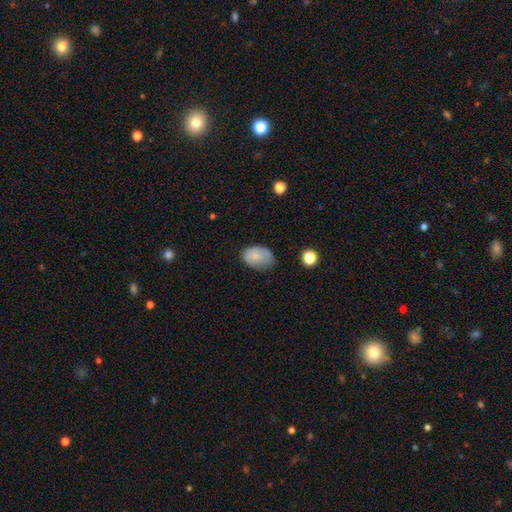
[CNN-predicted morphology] Q: Smooth or featured?
A: smooth (78%); runner-up: featured or disk (14%)
Q: How rounded?
A: in between (85%); runner-up: round (14%)
Q: Merging?
A: none (59%); runner-up: minor disturbance (30%)